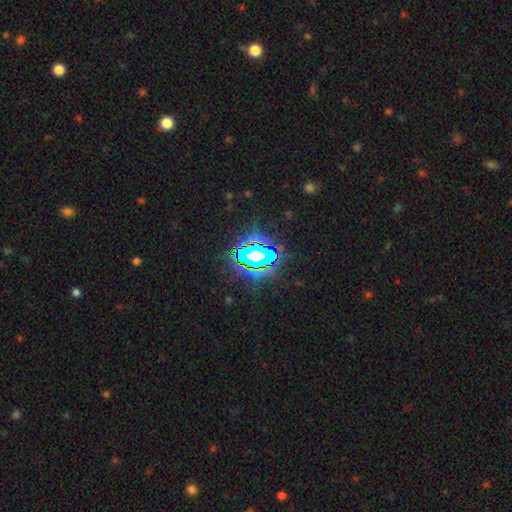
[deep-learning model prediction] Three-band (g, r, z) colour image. It shows a star or artifact, not a galaxy (69%).